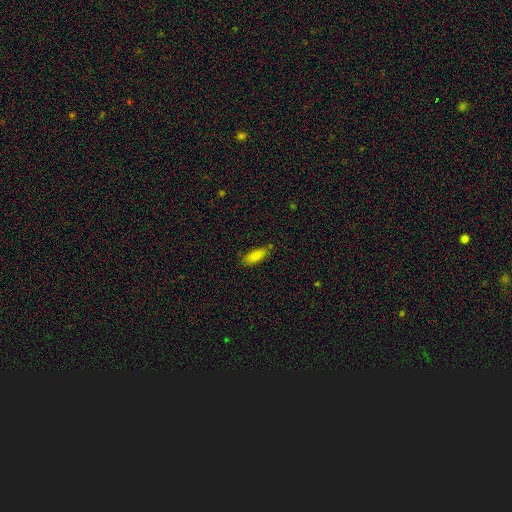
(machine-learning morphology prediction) Smooth or featured? smooth (79%)
How rounded? in between (68%)
Merging? none (78%)